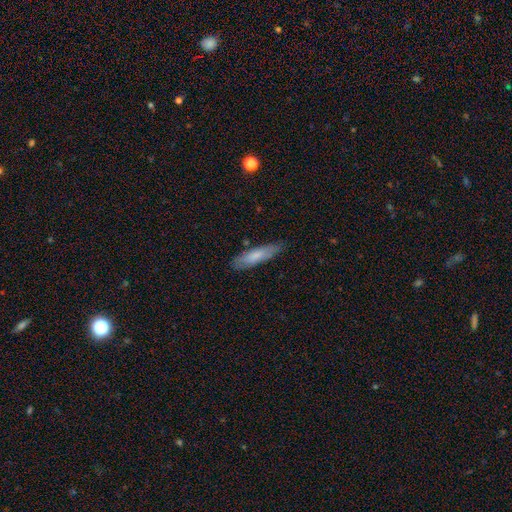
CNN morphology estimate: Smooth or featured: smooth — 73% (featured or disk — 21%)
How rounded: cigar-shaped — 71% (in between — 28%)
Merging: none — 82% (minor disturbance — 14%)